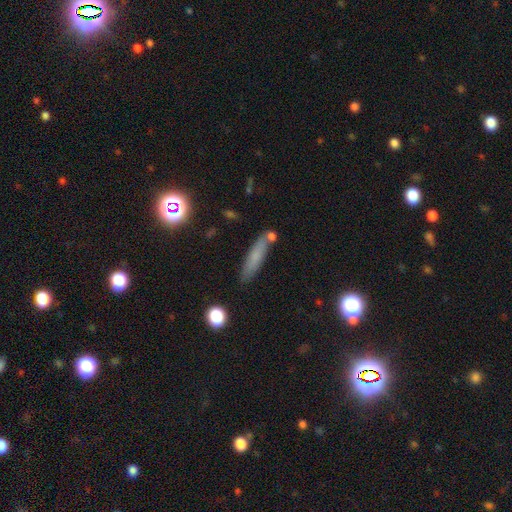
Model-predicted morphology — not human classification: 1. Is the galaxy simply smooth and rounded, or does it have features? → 67% smooth, 21% featured or disk, 12% star or artifact.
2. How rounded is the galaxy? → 81% cigar-shaped, 17% in between, 3% round.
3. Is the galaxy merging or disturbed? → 76% none, 14% minor disturbance, 7% merger, 3% major disturbance.